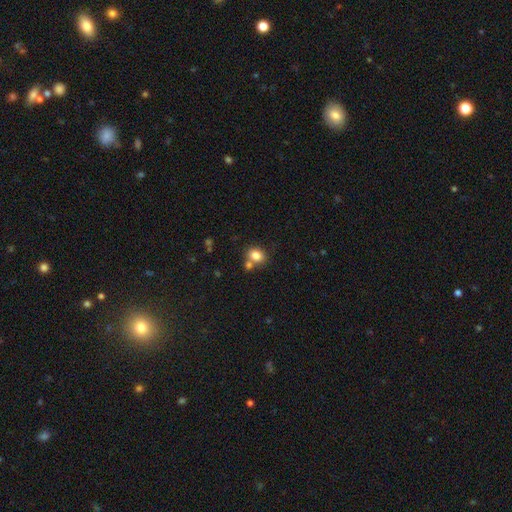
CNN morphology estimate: Smooth or featured? Predicted: smooth (p=0.82). How rounded? Predicted: in between (p=0.58). Merging? Predicted: none (p=0.59).